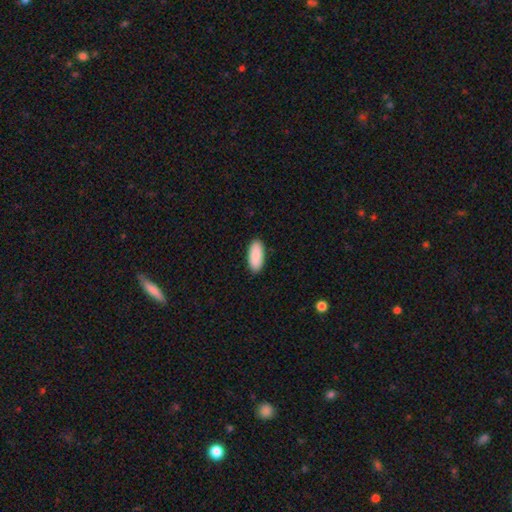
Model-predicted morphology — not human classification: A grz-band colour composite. It shows a smooth galaxy with no disk features (91%) that is in between round and cigar-shaped (90%). Merging: none (90%).